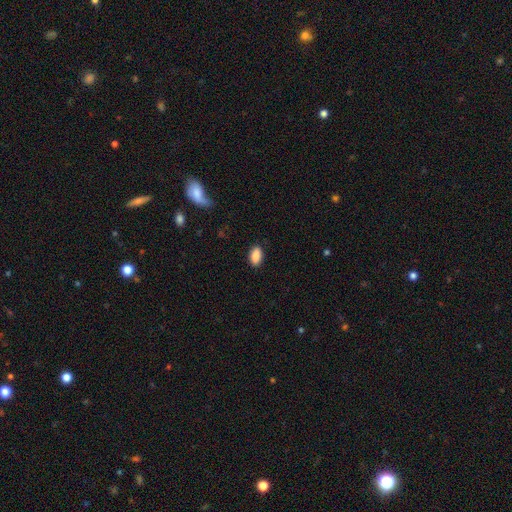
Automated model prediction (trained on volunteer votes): Overall: smooth (89%). How rounded: in between (92%). Merging: none (88%).